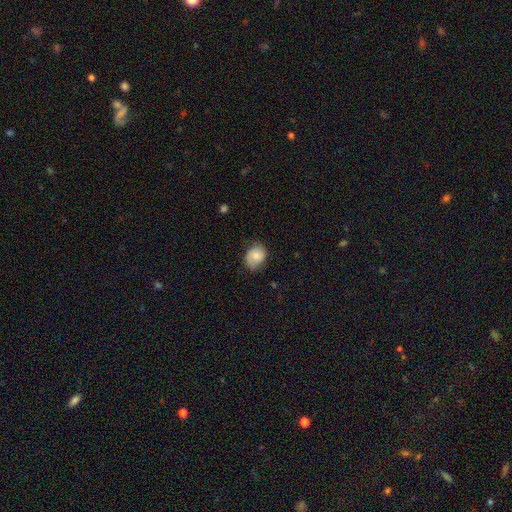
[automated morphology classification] The model was most divided on "how rounded": round: 53%, in between: 46%, cigar-shaped: 1%. More confident: smooth or featured — smooth (73%); merging — none (66%).